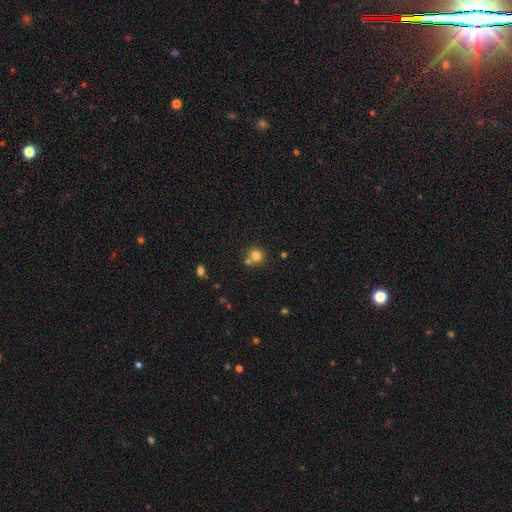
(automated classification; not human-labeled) A smooth galaxy with no disk features (78%) that is round (87%). Merging: none (58%).